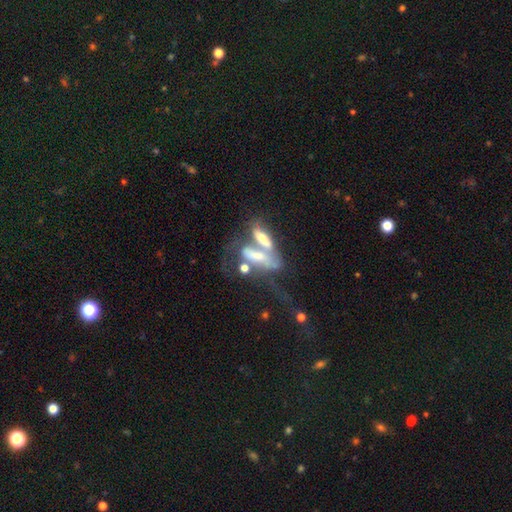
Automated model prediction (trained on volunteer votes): A featured or disk galaxy (46%).

Vote fractions:
- Smooth or featured? featured or disk: 46% / smooth: 43% / star or artifact: 11%
- Merging? merger: 64% / major disturbance: 15% / none: 13% / minor disturbance: 8%